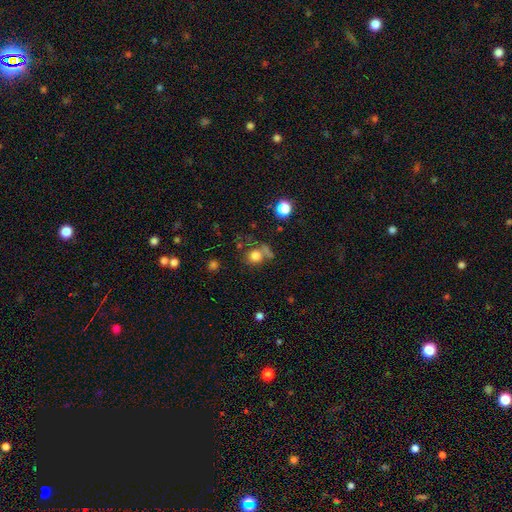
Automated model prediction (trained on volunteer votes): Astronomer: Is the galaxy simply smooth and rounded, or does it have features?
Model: smooth — 76%.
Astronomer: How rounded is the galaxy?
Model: round — 83%.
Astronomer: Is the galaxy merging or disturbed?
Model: none — 54%.